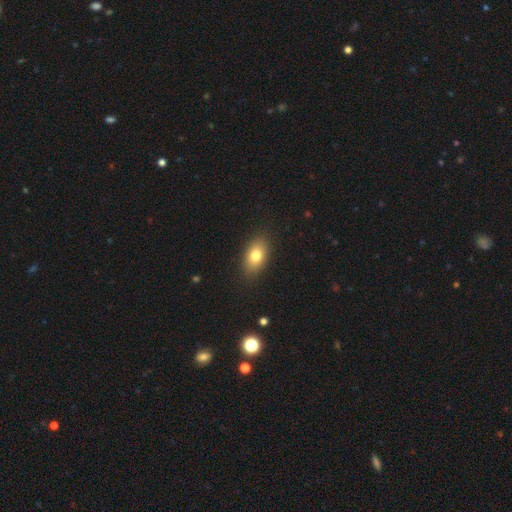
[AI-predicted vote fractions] This is likely a smooth galaxy (79%). How rounded: clearly in between (86%). Merging: clearly none (87%).